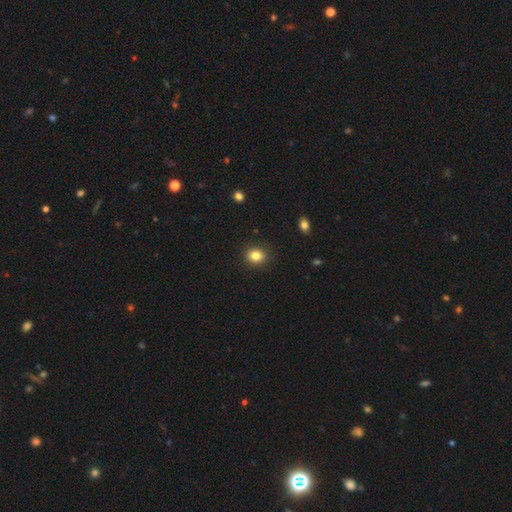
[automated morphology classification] Overall: smooth (84%). How rounded: round (72%). Merging: none (89%).